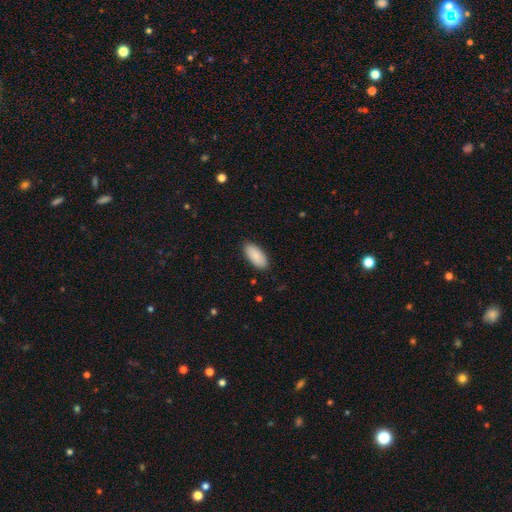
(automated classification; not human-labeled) The model was most divided on "merging": none: 88%, minor disturbance: 9%, major disturbance: 2%, merger: 1%. More confident: how rounded — in between (90%); smooth or featured — smooth (89%).